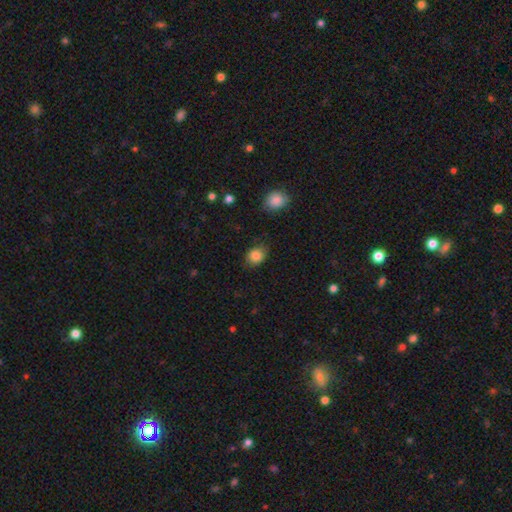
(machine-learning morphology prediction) Overall: smooth (84%). How rounded: in between (57%; round 41%). Merging: none (76%).